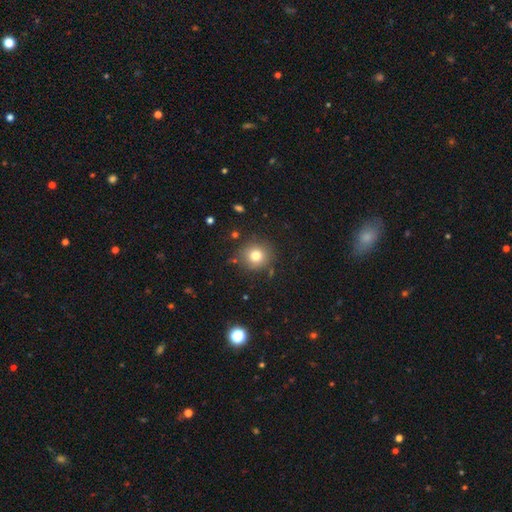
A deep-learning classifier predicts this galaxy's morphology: This appears to be a smooth galaxy with no disk features (78%) that is round (91%). Merging: none (84%).